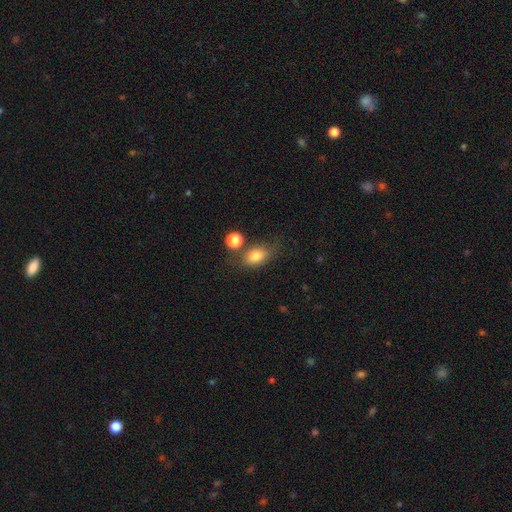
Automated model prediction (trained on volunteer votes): Smooth or featured?
  - smooth: 80% *
  - featured or disk: 10%
  - star or artifact: 10%
How rounded?
  - in between: 78% *
  - round: 19%
  - cigar-shaped: 3%
Merging?
  - none: 63% *
  - minor disturbance: 18%
  - merger: 13%
  - major disturbance: 7%